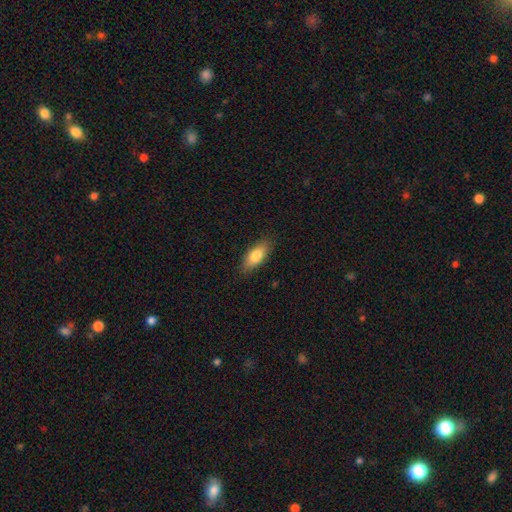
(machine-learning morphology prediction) This is likely a smooth galaxy (79%). How rounded: likely in between (77%). Merging: clearly none (86%).